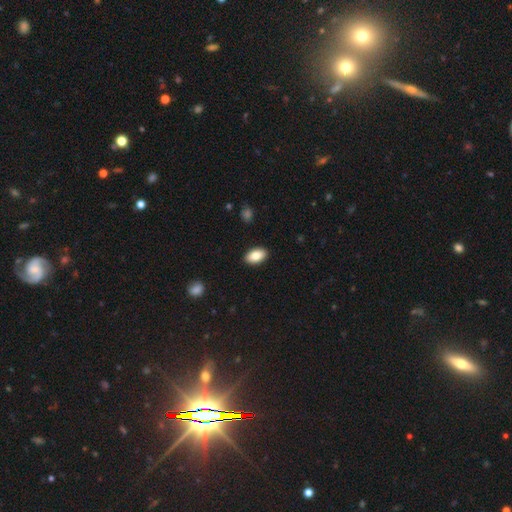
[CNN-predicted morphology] Smooth or featured? smooth (84%)
How rounded? in between (93%)
Merging? none (90%)